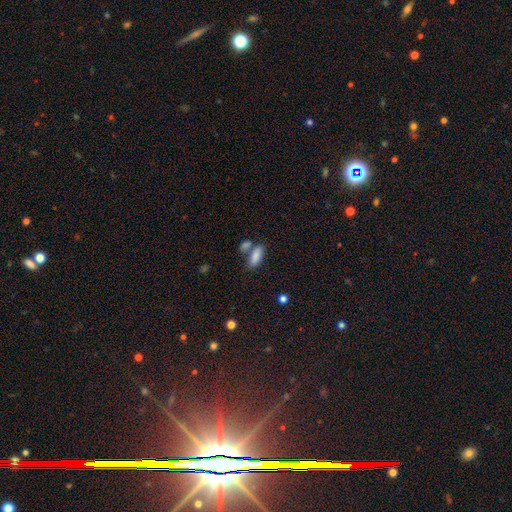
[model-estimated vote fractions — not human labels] Smooth or featured? smooth (86%)
How rounded? in between (79%)
Merging? none (54%)